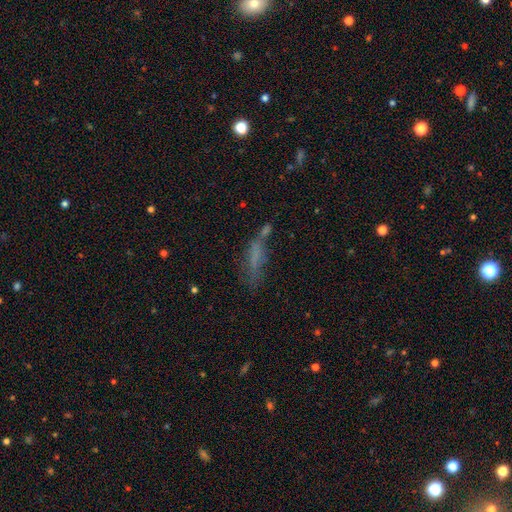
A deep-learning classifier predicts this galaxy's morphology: Smooth or featured? smooth (56%)
How rounded? cigar-shaped (62%)
Merging? none (41%)